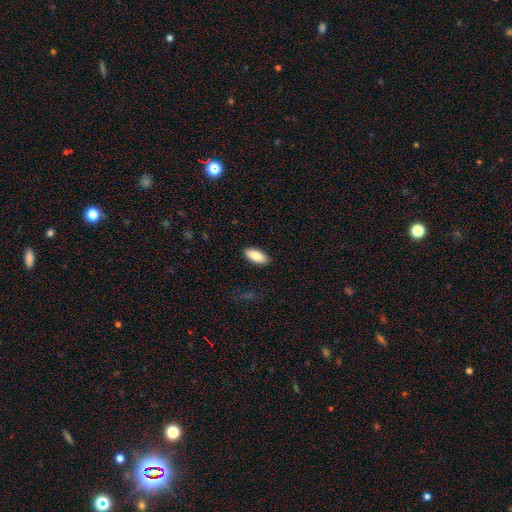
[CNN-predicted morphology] Overall: smooth (86%). How rounded: in between (88%). Merging: none (88%).